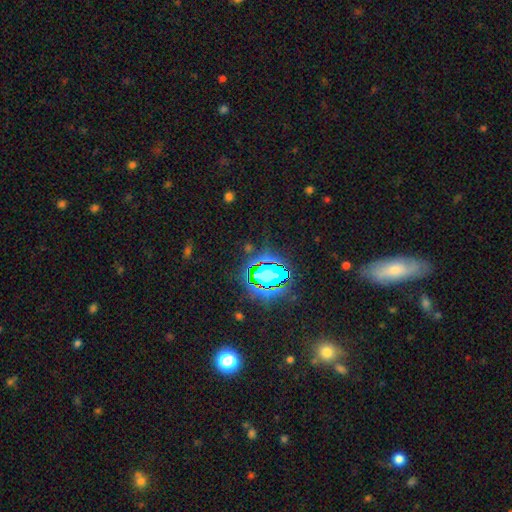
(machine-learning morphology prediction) A star or artifact, not a galaxy (74%).

Vote fractions:
- Smooth or featured? star or artifact: 74% / smooth: 16% / featured or disk: 10%